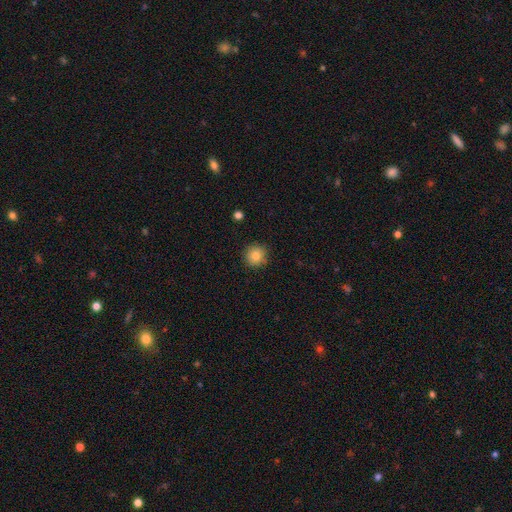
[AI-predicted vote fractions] This is clearly a smooth galaxy (82%). How rounded: clearly round (95%). Merging: clearly none (90%).